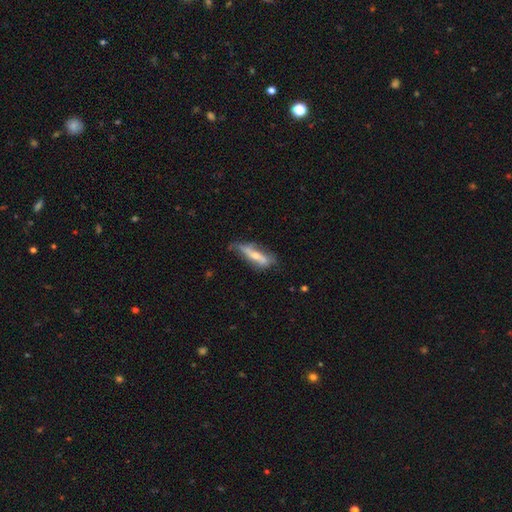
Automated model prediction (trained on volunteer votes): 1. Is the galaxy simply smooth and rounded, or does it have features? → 58% featured or disk, 35% smooth, 7% star or artifact.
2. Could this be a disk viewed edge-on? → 61% no, 39% yes.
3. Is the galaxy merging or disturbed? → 42% none, 32% minor disturbance, 20% major disturbance, 5% merger.